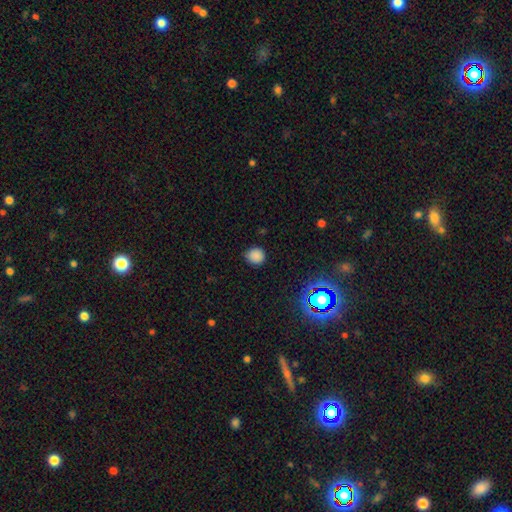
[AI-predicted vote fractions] smooth-or-featured: smooth: 83% | star or artifact: 14% | featured or disk: 3%
  how-rounded: round: 88% | in between: 11% | cigar-shaped: 1%
  merging: none: 86% | minor disturbance: 10% | major disturbance: 2% | merger: 1%